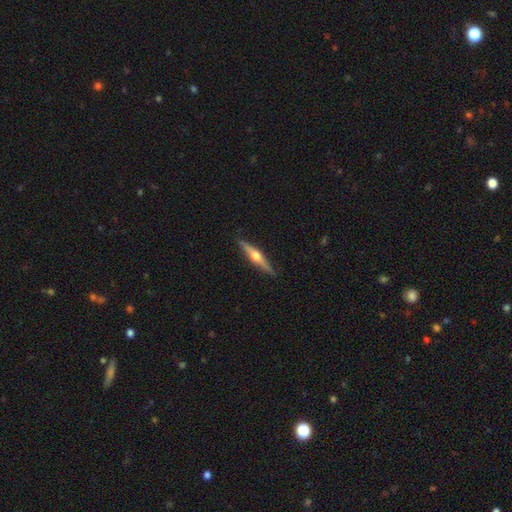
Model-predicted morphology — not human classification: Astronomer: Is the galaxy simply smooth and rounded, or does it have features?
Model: featured or disk — 70%.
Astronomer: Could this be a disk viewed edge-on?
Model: yes — 97%.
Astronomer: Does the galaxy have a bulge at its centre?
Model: rounded — 94%.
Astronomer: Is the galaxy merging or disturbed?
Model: none — 90%.